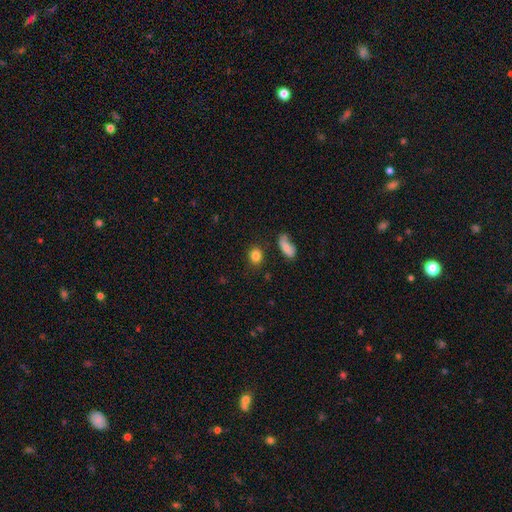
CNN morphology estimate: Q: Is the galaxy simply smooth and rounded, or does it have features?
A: smooth — 84%.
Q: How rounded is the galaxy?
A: round — 65%.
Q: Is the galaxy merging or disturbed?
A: none — 84%.